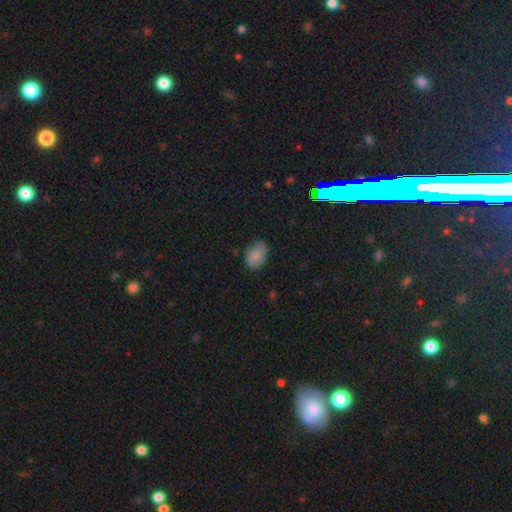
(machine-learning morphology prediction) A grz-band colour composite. It shows a smooth galaxy with no disk features (85%) that is in between round and cigar-shaped (81%). Merging: none (76%).